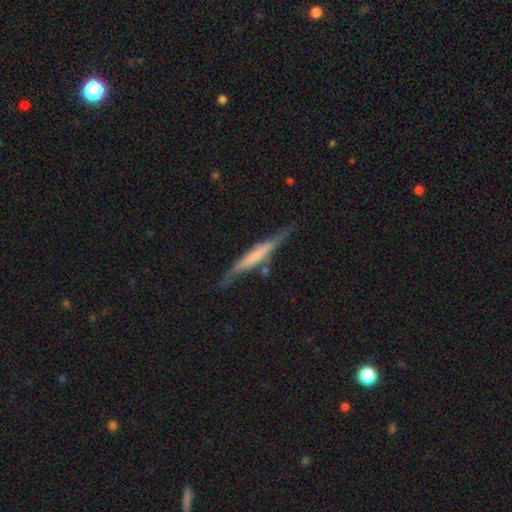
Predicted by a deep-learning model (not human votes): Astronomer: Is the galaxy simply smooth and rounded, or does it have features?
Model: featured or disk — 57% (runner-up: smooth, 37%).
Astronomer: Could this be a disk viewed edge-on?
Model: yes — 93%.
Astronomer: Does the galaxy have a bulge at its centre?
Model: none — 46% (runner-up: boxy, 33%).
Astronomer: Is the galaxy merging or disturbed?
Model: none — 70%.